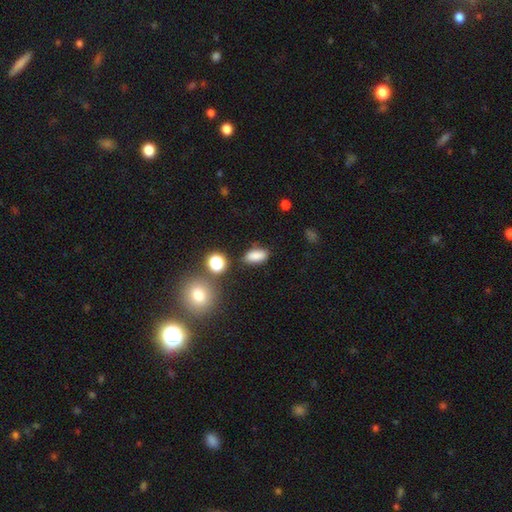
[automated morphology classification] smooth-or-featured: smooth: 83% | star or artifact: 11% | featured or disk: 6%
  how-rounded: in between: 82% | cigar-shaped: 10% | round: 8%
  merging: none: 80% | minor disturbance: 13% | merger: 4% | major disturbance: 4%